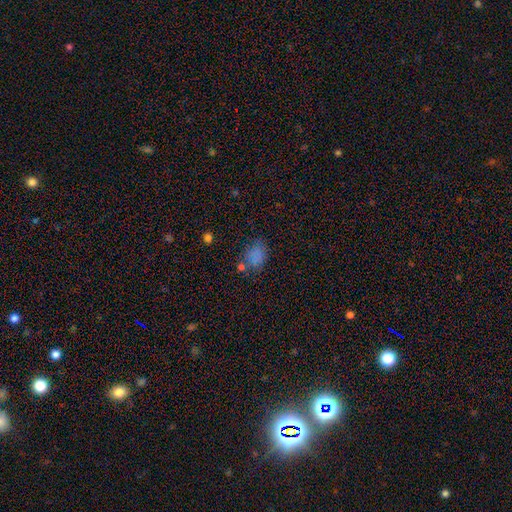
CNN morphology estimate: A smooth galaxy with no disk features (69%) that is in between round and cigar-shaped (65%). Merging: none (59%).